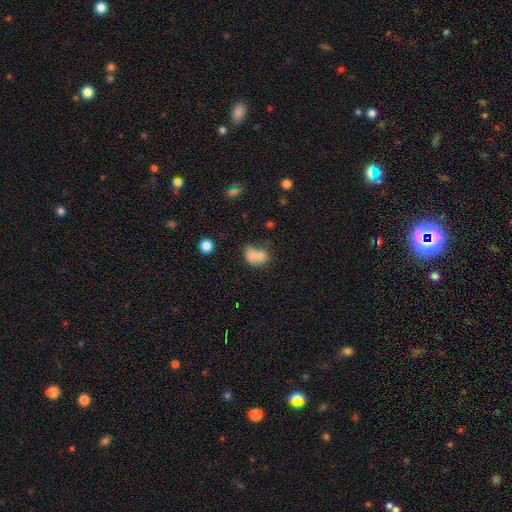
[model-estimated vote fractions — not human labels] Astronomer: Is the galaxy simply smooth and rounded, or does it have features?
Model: smooth — 75%.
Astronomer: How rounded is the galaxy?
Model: in between — 62%.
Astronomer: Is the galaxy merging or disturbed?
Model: merger — 49% (runner-up: none, 27%).